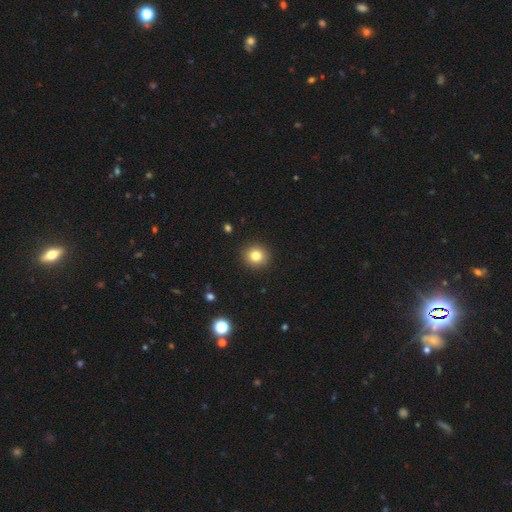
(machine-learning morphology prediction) Overall: smooth (82%). How rounded: round (89%). Merging: none (92%).